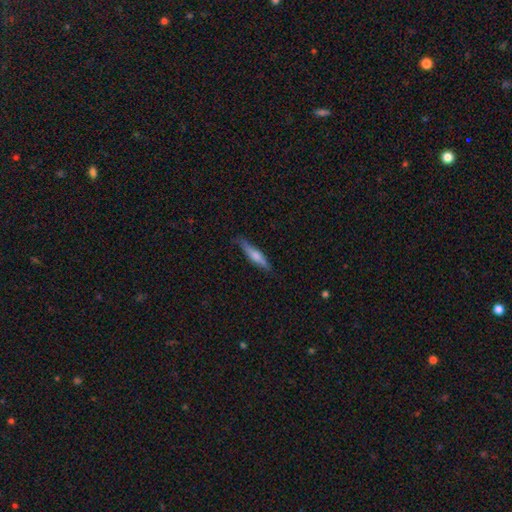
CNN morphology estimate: This is possibly a smooth galaxy (57%). How rounded: clearly cigar-shaped (84%). Merging: clearly none (80%).